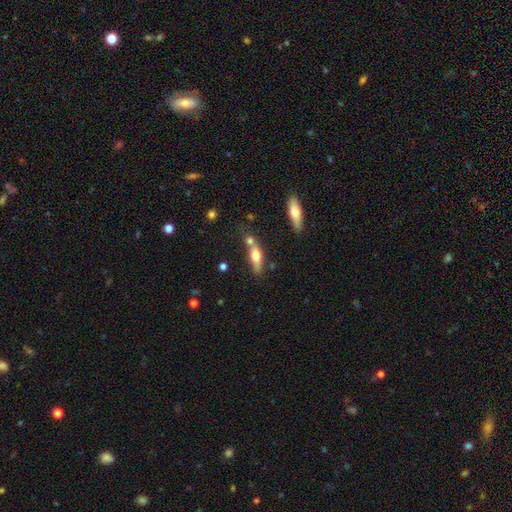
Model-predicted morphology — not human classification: type=smooth (58%); roundness=cigar-shaped (50%); merging=none (49%).